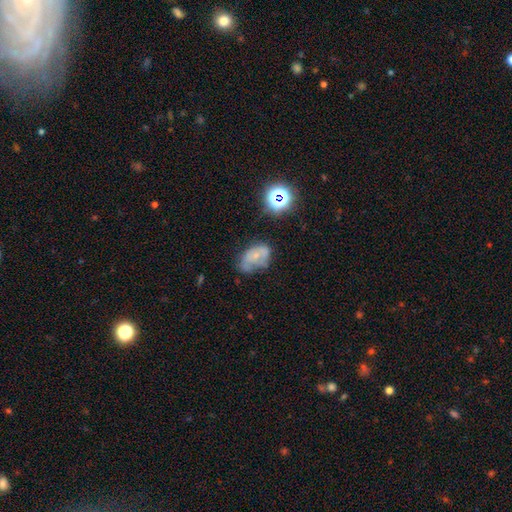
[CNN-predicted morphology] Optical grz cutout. It shows a smooth galaxy with no disk features (48%). Merging: none (38%).